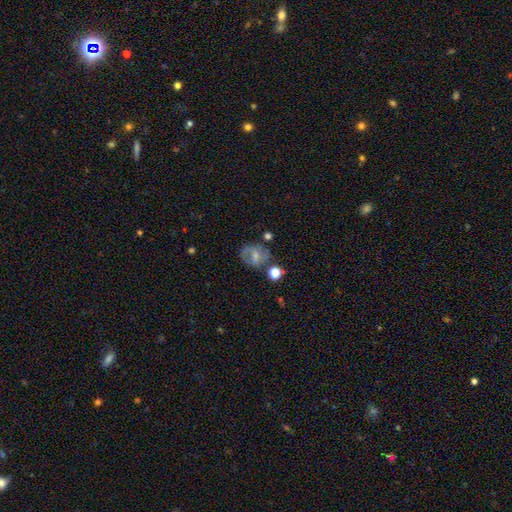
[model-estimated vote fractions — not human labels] smooth-or-featured: smooth: 47% | featured or disk: 41% | star or artifact: 11%
  merging: none: 56% | minor disturbance: 21% | major disturbance: 13% | merger: 10%